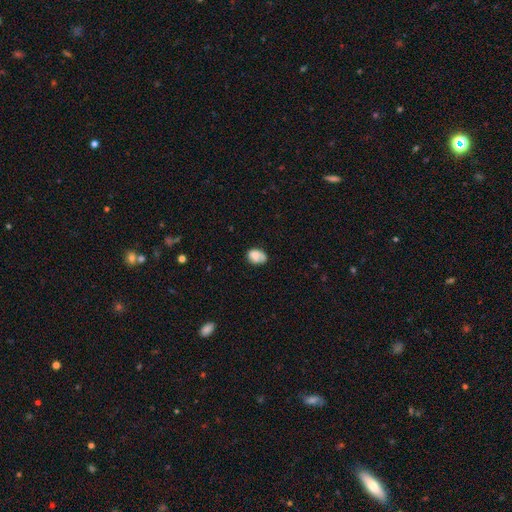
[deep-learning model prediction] Morphology: type=smooth (76%); roundness=in between (73%); merging=none (54%).